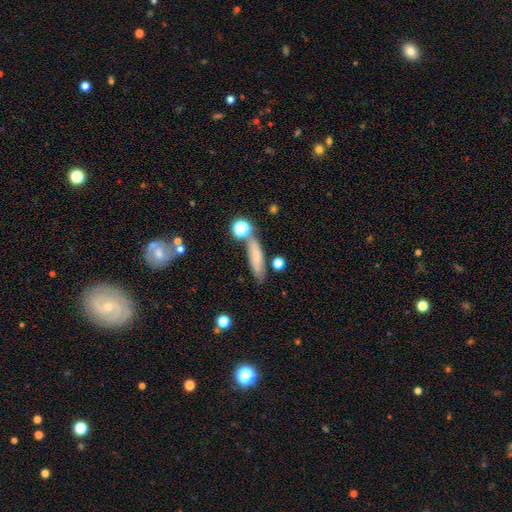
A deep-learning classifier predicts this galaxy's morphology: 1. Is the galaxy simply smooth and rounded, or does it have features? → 72% smooth, 18% featured or disk, 10% star or artifact.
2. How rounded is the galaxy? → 69% cigar-shaped, 26% in between, 5% round.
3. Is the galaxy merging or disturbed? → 71% none, 14% minor disturbance, 10% merger, 5% major disturbance.